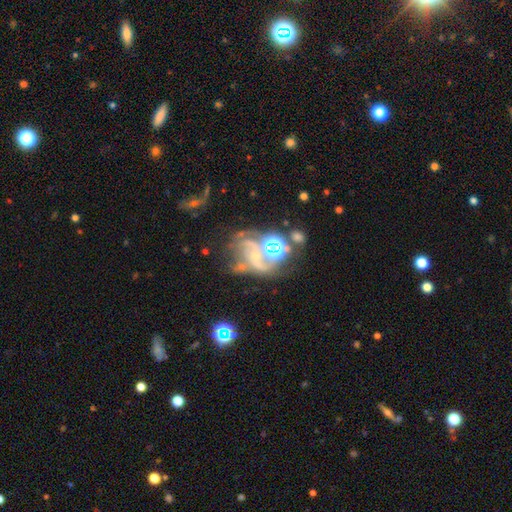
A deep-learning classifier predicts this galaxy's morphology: This is possibly a featured or disk galaxy (59%). It is clearly not viewed edge-on (97%). Bar: likely no (64%). Spiral arm pattern: likely yes (73%). Central bulge: possibly small (50%). Merging: marginally none (29%, tied with major disturbance).